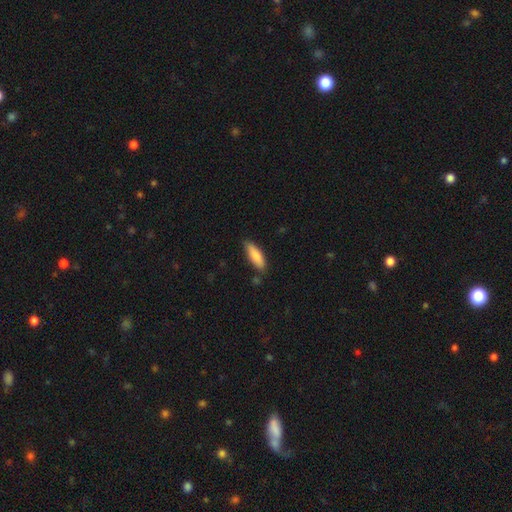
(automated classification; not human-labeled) The model was most divided on "how rounded": cigar-shaped: 51%, in between: 48%, round: 2%. More confident: smooth or featured — smooth (83%); merging — none (79%).